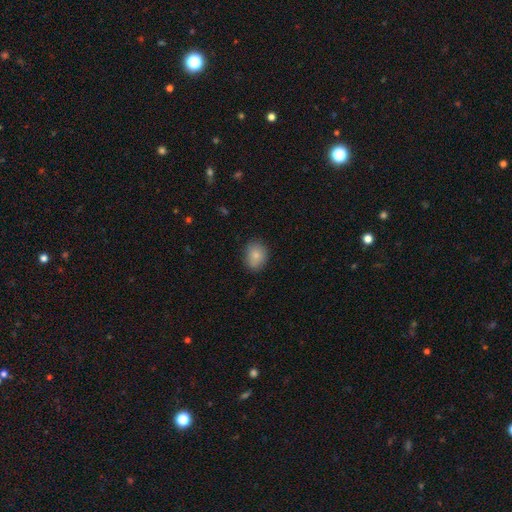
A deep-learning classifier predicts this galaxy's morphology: Smooth or featured: smooth — 84% (star or artifact — 8%)
How rounded: in between — 52% (round — 47%)
Merging: none — 81% (minor disturbance — 15%)